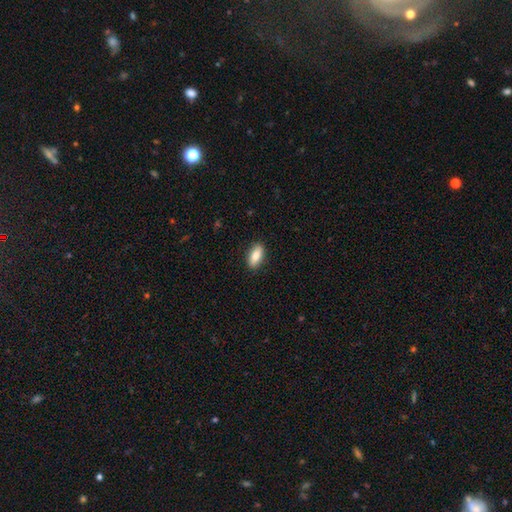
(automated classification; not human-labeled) Overall: smooth (83%). How rounded: in between (85%). Merging: none (88%).